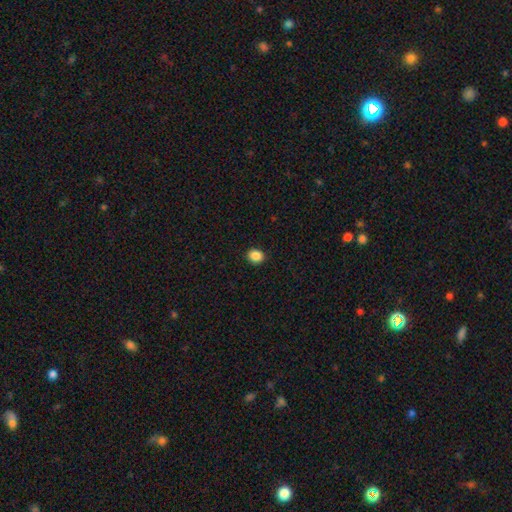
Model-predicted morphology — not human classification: Smooth or featured? smooth (87%)
How rounded? round (65%)
Merging? none (91%)